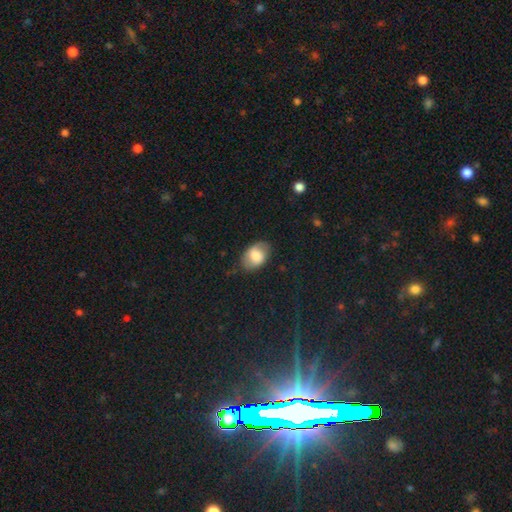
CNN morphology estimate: type=smooth (71%); roundness=in between (84%); merging=none (76%).